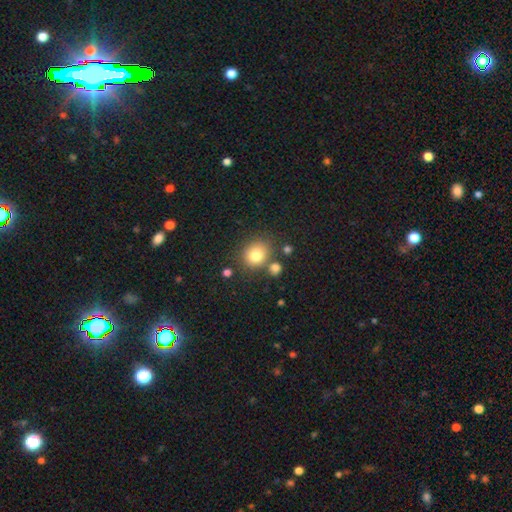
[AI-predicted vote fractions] Q: Smooth or featured?
A: smooth (79%); runner-up: star or artifact (12%)
Q: How rounded?
A: round (71%); runner-up: in between (28%)
Q: Merging?
A: none (71%); runner-up: merger (13%)